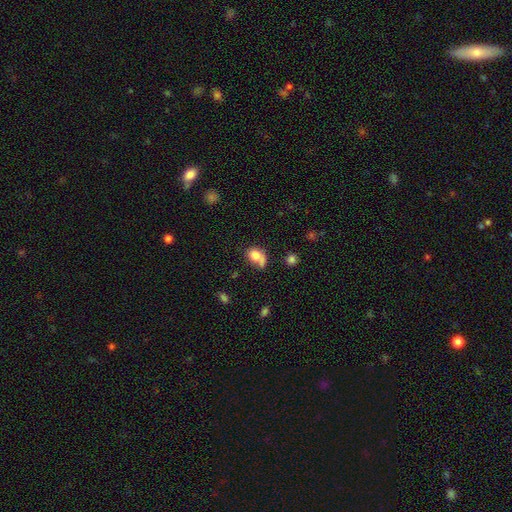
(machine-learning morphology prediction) Q: Smooth or featured?
A: smooth (75%); runner-up: featured or disk (15%)
Q: How rounded?
A: in between (55%); runner-up: round (43%)
Q: Merging?
A: none (38%); runner-up: merger (26%)